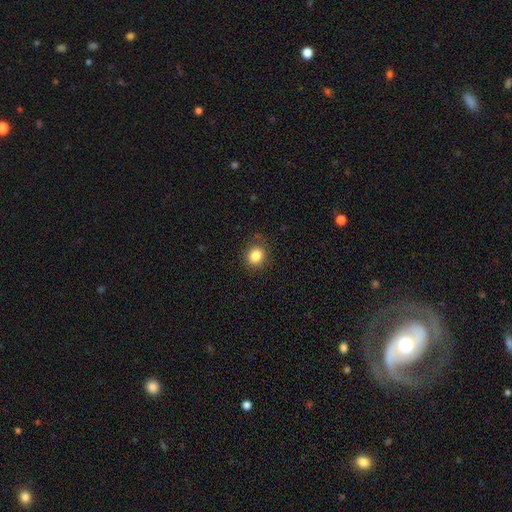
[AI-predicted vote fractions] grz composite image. It shows a smooth galaxy with no disk features (84%) that is round (75%). Merging: none (82%).